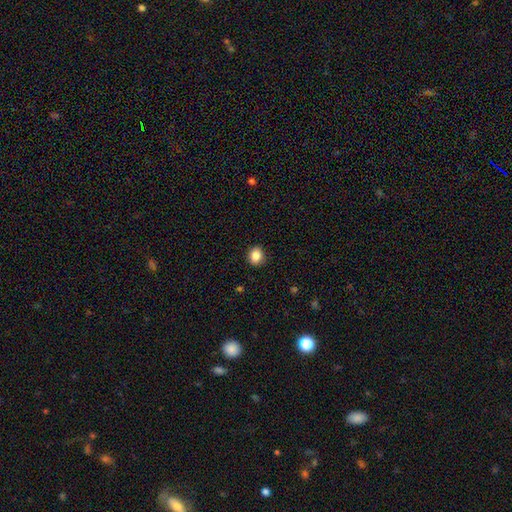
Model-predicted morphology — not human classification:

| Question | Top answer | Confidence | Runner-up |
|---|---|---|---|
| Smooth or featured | smooth | 86% | star or artifact (9%) |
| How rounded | round | 69% | in between (30%) |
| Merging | none | 90% | minor disturbance (7%) |